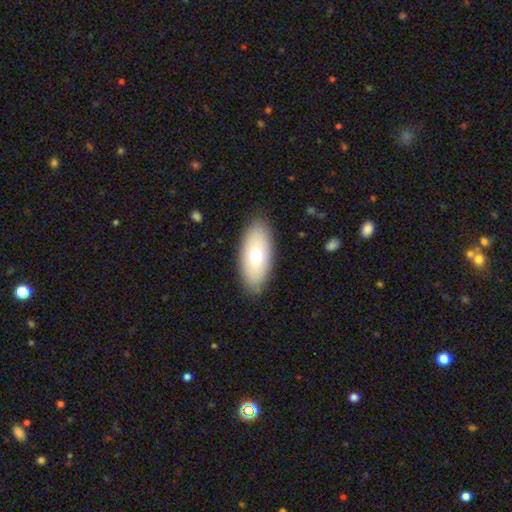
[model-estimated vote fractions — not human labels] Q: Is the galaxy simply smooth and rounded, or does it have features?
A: smooth — 71%.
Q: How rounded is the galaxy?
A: in between — 88%.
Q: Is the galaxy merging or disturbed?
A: none — 86%.